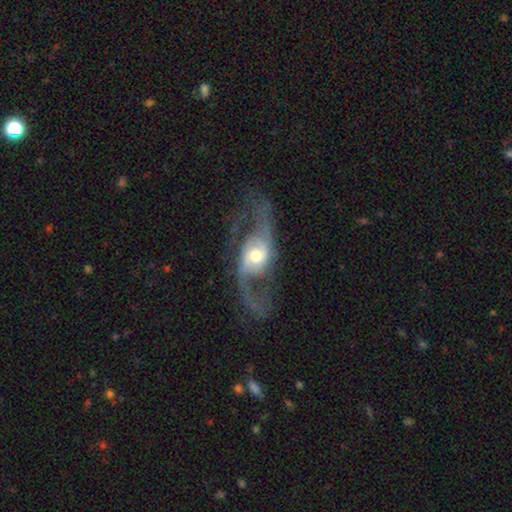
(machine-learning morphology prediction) smooth_or_featured: featured or disk (p=0.85) [alt: smooth p=0.11]
disk_edge_on: no (p=0.94) [alt: yes p=0.06]
bar: no (p=0.50) [alt: weak p=0.34]
has_spiral_arms: yes (p=0.90) [alt: no p=0.10]
spiral_winding: loose (p=0.65) [alt: medium p=0.29]
spiral_arm_count: 2 (p=0.90) [alt: can't tell p=0.04]
bulge_size: moderate (p=0.65) [alt: small p=0.19]
merging: none (p=0.56) [alt: major disturbance p=0.27]